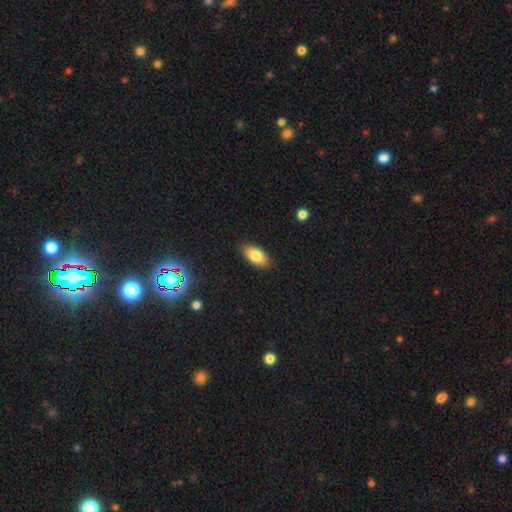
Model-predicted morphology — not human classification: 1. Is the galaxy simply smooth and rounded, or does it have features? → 82% smooth, 11% featured or disk, 7% star or artifact.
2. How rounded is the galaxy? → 92% in between, 5% cigar-shaped, 3% round.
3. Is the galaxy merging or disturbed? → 87% none, 10% minor disturbance, 2% major disturbance, 1% merger.